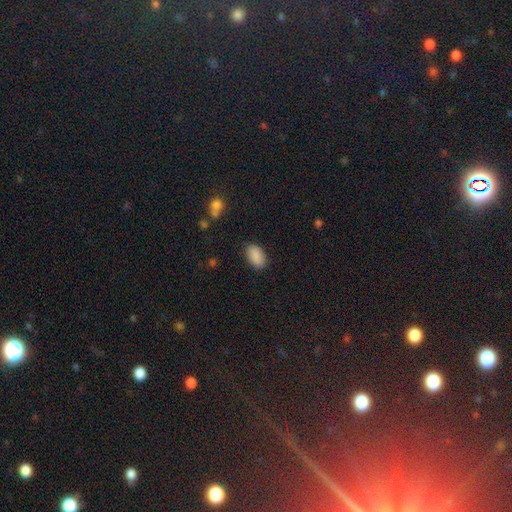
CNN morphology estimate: smooth 88%, star or artifact 8%, featured or disk 4%. Down the decision tree: how rounded — in between (93%); merging — none (84%).